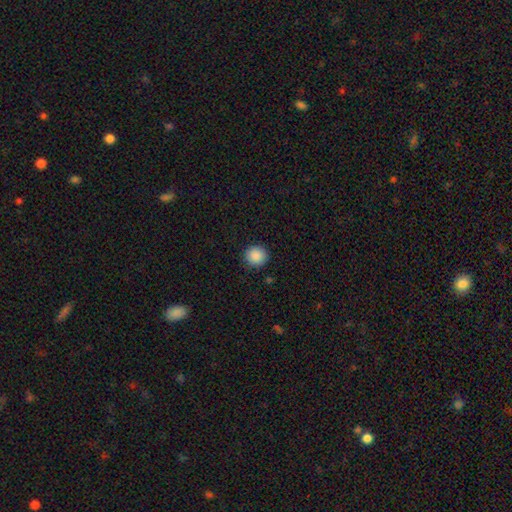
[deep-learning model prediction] smooth-or-featured: smooth: 89% | star or artifact: 9% | featured or disk: 3%
  how-rounded: round: 93% | in between: 6% | cigar-shaped: 1%
  merging: none: 91% | minor disturbance: 6% | major disturbance: 2% | merger: 1%